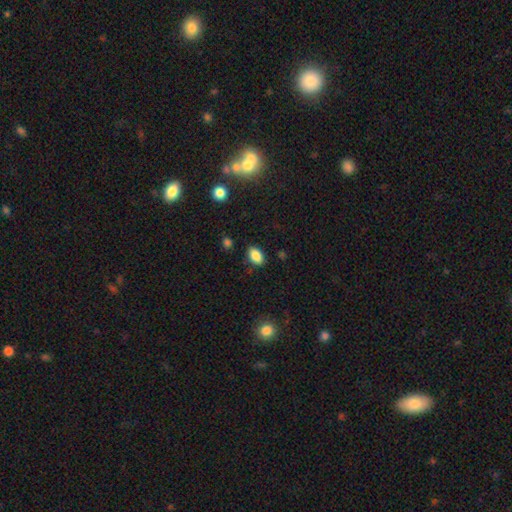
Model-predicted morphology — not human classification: Smooth or featured? Predicted: smooth (p=0.86). How rounded? Predicted: in between (p=0.91). Merging? Predicted: none (p=0.85).